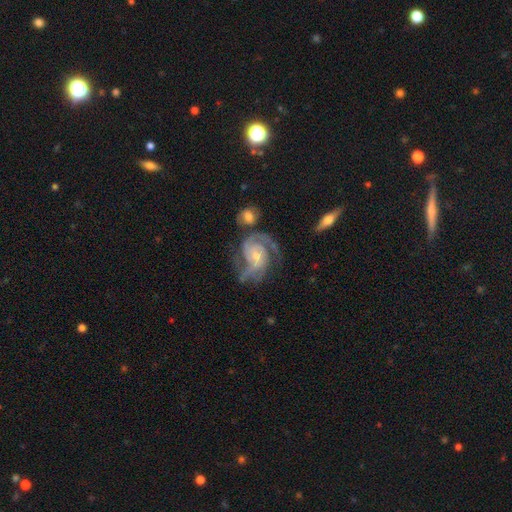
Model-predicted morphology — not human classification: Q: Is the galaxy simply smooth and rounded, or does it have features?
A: featured or disk — 90%.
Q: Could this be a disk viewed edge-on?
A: no — 98%.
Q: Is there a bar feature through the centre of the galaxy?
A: no — 59%.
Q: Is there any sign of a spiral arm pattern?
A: yes — 97%.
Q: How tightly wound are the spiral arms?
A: medium — 46%.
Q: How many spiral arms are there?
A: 2 — 51%.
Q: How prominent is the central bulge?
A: small — 55%.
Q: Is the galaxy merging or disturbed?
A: none — 52%.